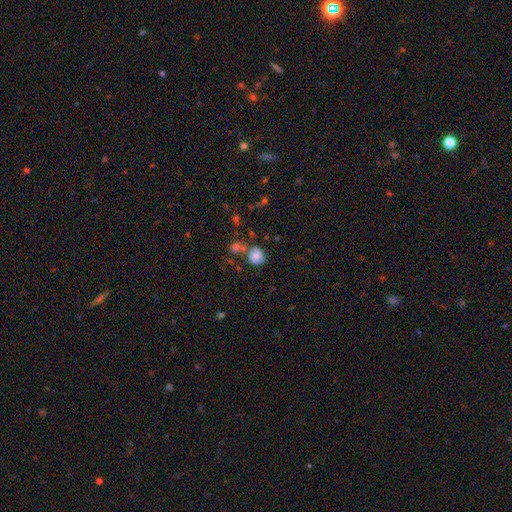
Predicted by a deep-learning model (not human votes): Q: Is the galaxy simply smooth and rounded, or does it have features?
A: smooth — 72%.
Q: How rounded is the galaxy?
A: round — 71%.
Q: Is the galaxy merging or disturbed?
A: none — 45%.